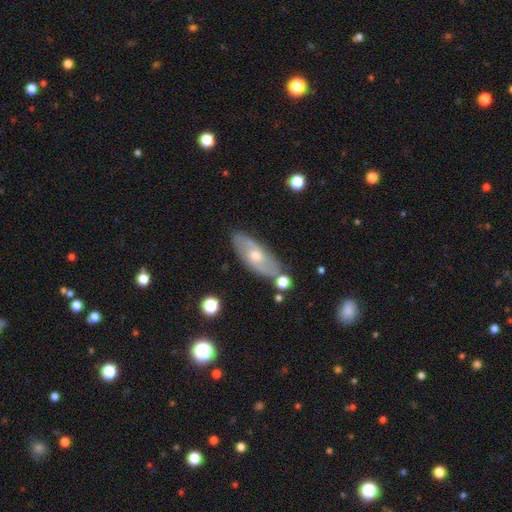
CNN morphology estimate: The model was most divided on "smooth or featured": featured or disk: 58%, smooth: 34%, star or artifact: 7%. More confident: edge-on disk — no (78%); merging — none (77%).